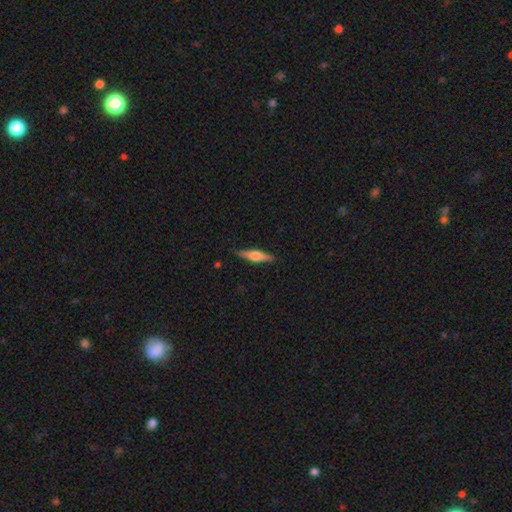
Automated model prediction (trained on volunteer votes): Smooth or featured: featured or disk — 57% (smooth — 37%)
Edge-on disk: yes — 96% (no — 4%)
Edge-on bulge: rounded — 87% (boxy — 10%)
Merging: none — 88% (minor disturbance — 9%)